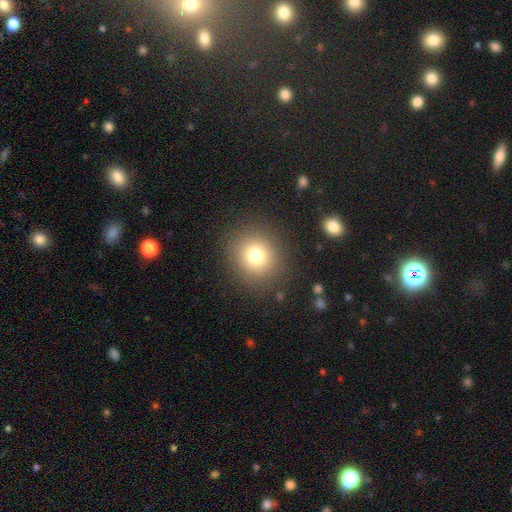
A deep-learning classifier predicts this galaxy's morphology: Smooth or featured? Predicted: smooth (p=0.76). How rounded? Predicted: round (p=0.87). Merging? Predicted: none (p=0.88).